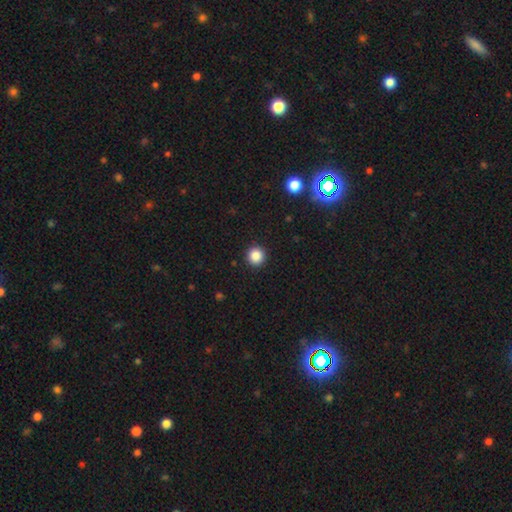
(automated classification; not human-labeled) Overall: smooth (86%). How rounded: round (95%). Merging: none (93%).